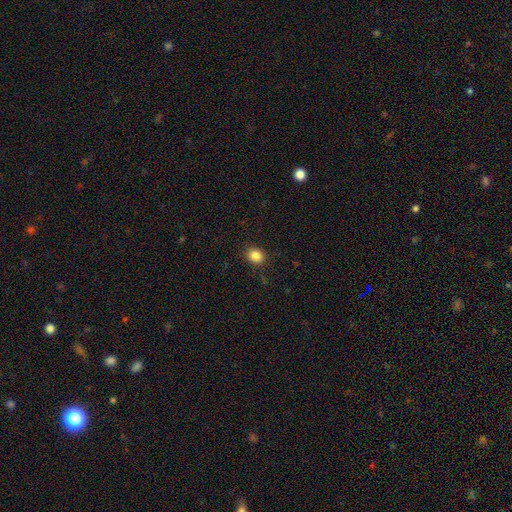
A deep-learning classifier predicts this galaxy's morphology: A smooth galaxy with no disk features (85%) that is round (71%). Merging: none (89%).